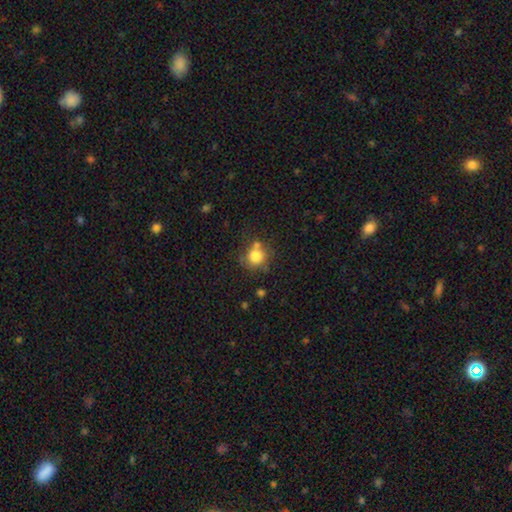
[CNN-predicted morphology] This appears to be a smooth galaxy with no disk features (78%) that is round (85%). Merging: none (58%).